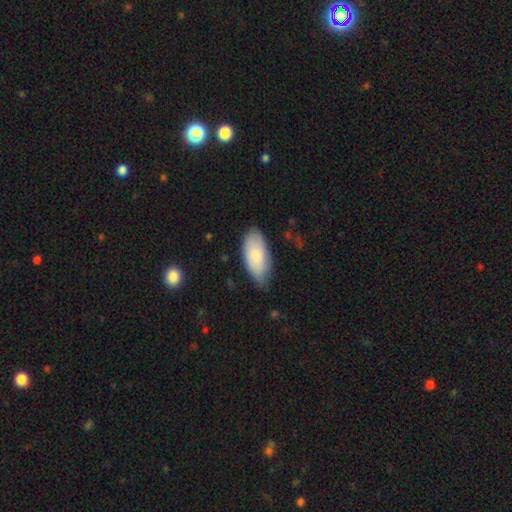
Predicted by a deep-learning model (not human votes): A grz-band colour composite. It shows a smooth galaxy with no disk features (81%) that is in between round and cigar-shaped (92%). Merging: none (67%).